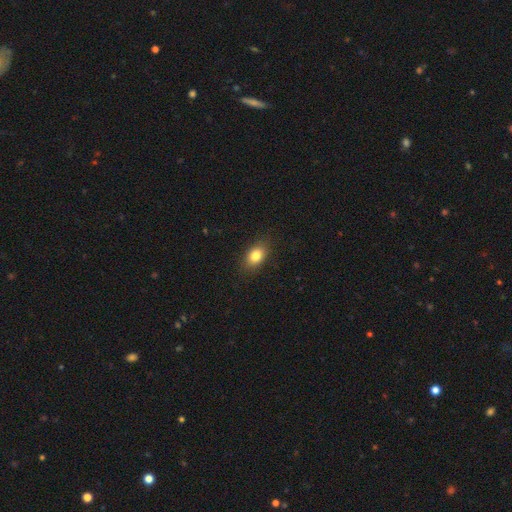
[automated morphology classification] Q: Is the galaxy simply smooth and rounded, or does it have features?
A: smooth — 82%.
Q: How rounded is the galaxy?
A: in between — 79%.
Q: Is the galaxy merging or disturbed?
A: none — 86%.